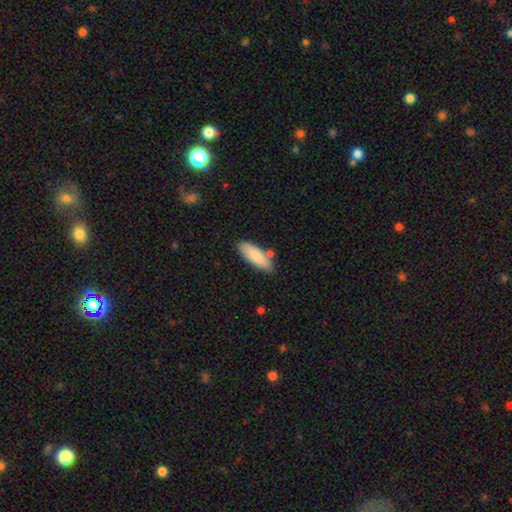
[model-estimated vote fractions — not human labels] This appears to be a smooth galaxy with no disk features (84%) that is in between round and cigar-shaped (63%). Merging: none (78%).